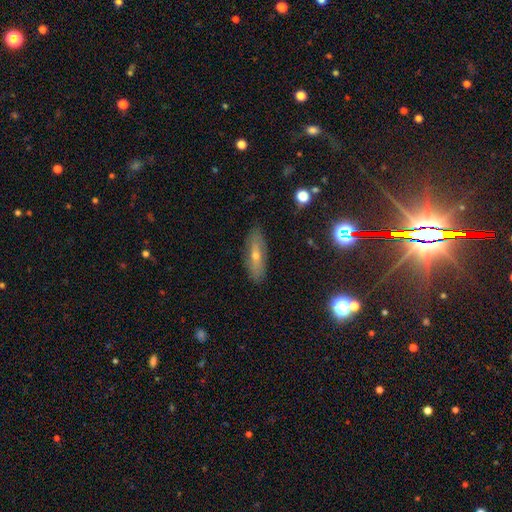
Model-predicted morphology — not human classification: Smooth or featured? Predicted: featured or disk (p=0.46). Merging? Predicted: none (p=0.86).